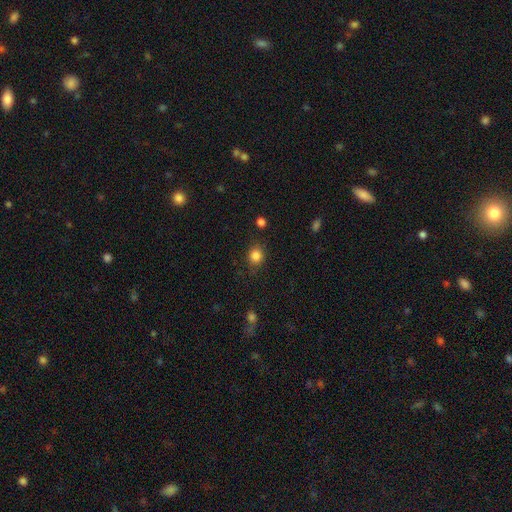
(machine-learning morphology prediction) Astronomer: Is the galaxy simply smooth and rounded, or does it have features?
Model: smooth — 84%.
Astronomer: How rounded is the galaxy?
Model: round — 77%.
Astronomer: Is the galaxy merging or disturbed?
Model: none — 82%.